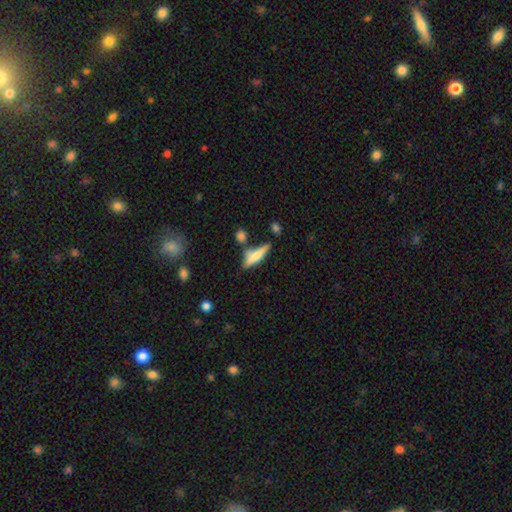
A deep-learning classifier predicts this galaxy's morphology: Q: Smooth or featured?
A: smooth (57%); runner-up: featured or disk (35%)
Q: How rounded?
A: cigar-shaped (73%); runner-up: in between (25%)
Q: Merging?
A: none (57%); runner-up: merger (19%)